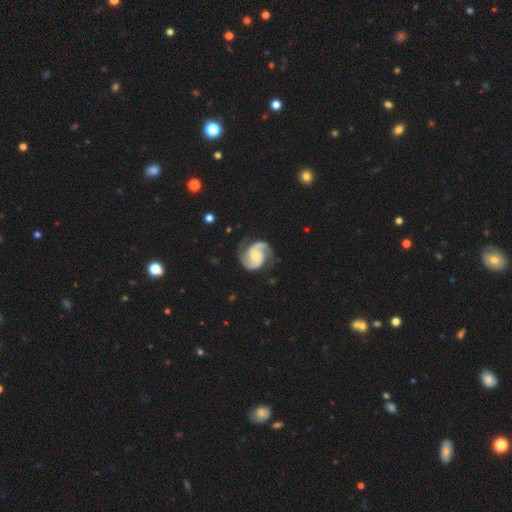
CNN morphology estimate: smooth-or-featured: featured or disk: 91% | smooth: 5% | star or artifact: 4%
  disk-edge-on: no: 98% | yes: 2%
    bar: no: 61% | weak: 30% | strong: 9%
    has-spiral-arms: yes: 98% | no: 2%
      spiral-winding: medium: 55% | tight: 29% | loose: 16%
      spiral-arm-count: 2: 93% | can't tell: 2% | 1: 2% | 3: 1% | 4: 1% | more than 4: 1%
    bulge-size: small: 51% | moderate: 37% | none: 7% | large: 4% | dominant: 1%
  merging: none: 79% | minor disturbance: 14% | major disturbance: 5% | merger: 1%